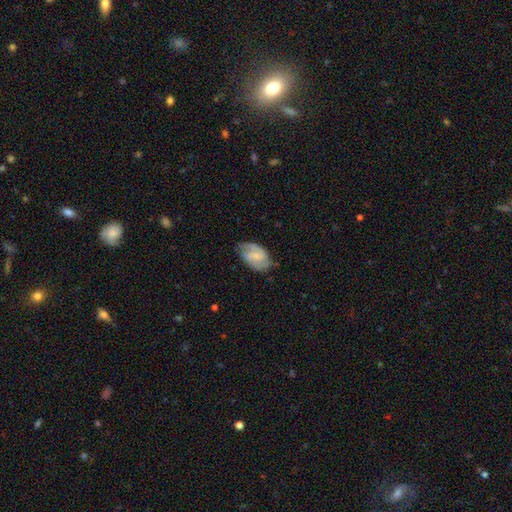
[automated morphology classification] Overall: featured or disk (65%; smooth 29%). Edge-on disk: no (97%). Bar: weak (51%; no 34%). Spiral arms: yes (90%). Spiral arm count: 2 (78%). Spiral winding: medium (48%; tight 27%). Bulge size: small (60%; moderate 24%). Merging: none (68%).